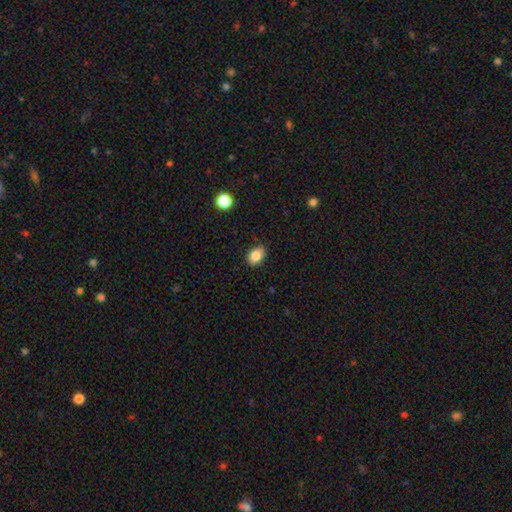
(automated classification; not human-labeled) smooth 84%, star or artifact 9%, featured or disk 7%. Down the decision tree: how rounded — in between (78%); merging — none (87%).